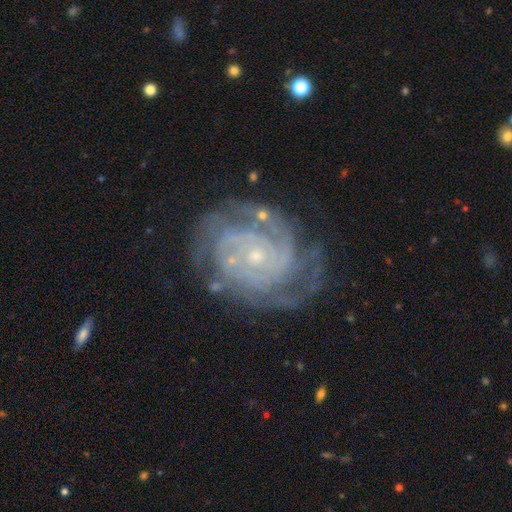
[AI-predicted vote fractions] This appears to be a featured or disk galaxy (89%) with no bar (74%), 2 (26%) tight (76%) spiral arms (97%) and a small central bulge (79%). Merging: none (72%).